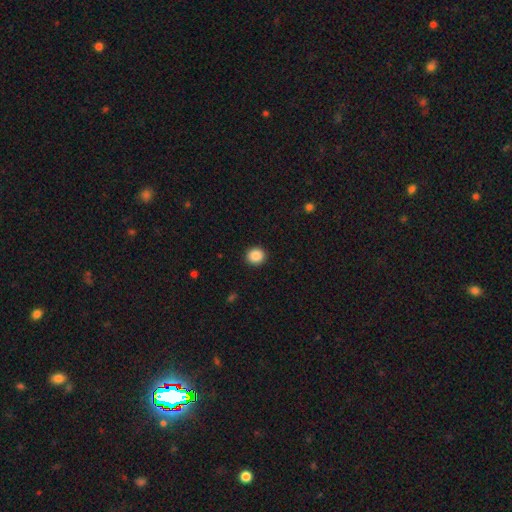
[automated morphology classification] smooth 88%, star or artifact 9%, featured or disk 3%. Down the decision tree: how rounded — round (89%); merging — none (92%).